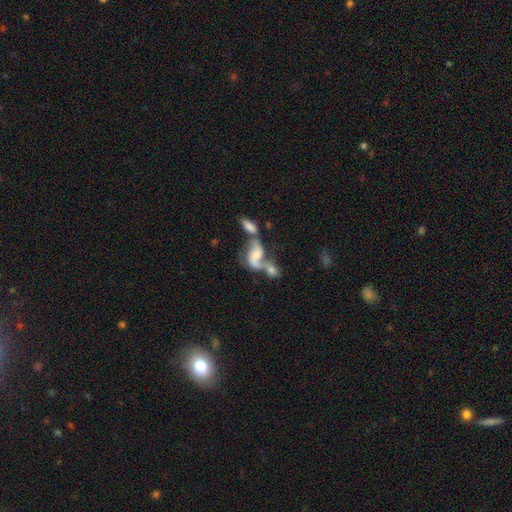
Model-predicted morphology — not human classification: Q: Smooth or featured?
A: featured or disk (63%); runner-up: smooth (29%)
Q: Edge-on disk?
A: no (95%); runner-up: yes (5%)
Q: Bar?
A: no (55%); runner-up: weak (34%)
Q: Spiral arms?
A: yes (82%); runner-up: no (18%)
Q: Bulge size?
A: small (32%); runner-up: moderate (28%)
Q: Merging?
A: merger (62%); runner-up: none (16%)